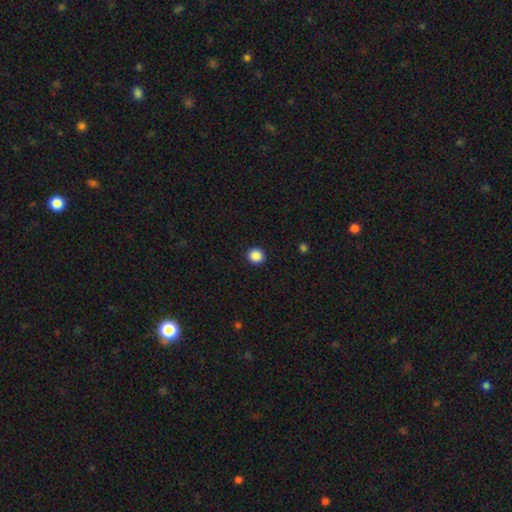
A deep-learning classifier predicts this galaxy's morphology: Smooth or featured? Predicted: smooth (p=0.88). How rounded? Predicted: round (p=0.86). Merging? Predicted: none (p=0.92).